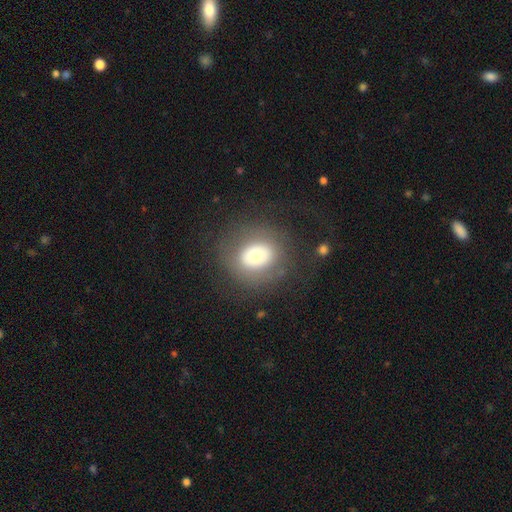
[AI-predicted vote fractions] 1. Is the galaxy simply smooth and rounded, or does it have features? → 63% smooth, 26% featured or disk, 12% star or artifact.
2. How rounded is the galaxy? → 68% round, 31% in between, 1% cigar-shaped.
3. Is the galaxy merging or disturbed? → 74% none, 13% minor disturbance, 11% major disturbance, 2% merger.